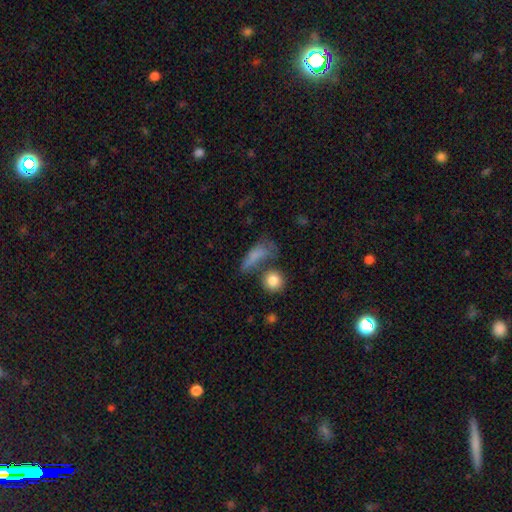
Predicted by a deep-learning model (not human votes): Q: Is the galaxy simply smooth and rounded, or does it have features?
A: smooth — 71%.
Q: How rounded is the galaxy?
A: in between — 51%.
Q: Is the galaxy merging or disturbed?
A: none — 39%.